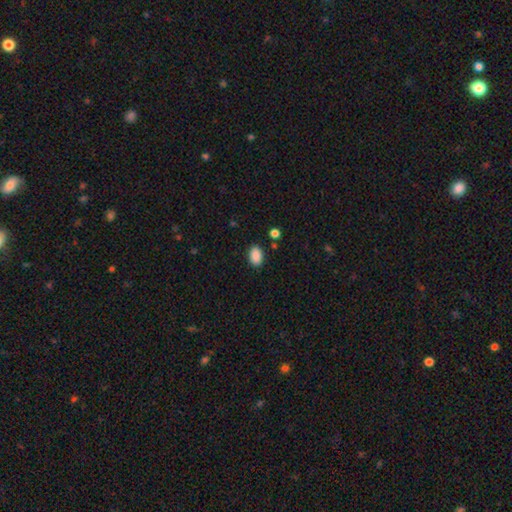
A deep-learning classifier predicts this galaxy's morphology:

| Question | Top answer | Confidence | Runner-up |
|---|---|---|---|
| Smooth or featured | smooth | 89% | star or artifact (8%) |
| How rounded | in between | 86% | round (13%) |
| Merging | none | 86% | minor disturbance (9%) |